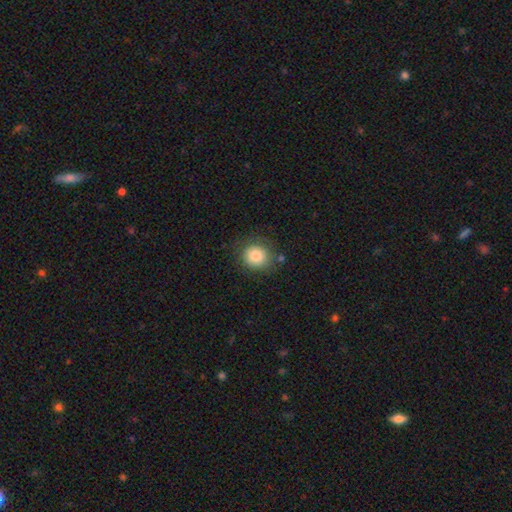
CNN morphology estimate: Smooth or featured?
  - smooth: 83% *
  - star or artifact: 9%
  - featured or disk: 8%
How rounded?
  - round: 85% *
  - in between: 14%
  - cigar-shaped: 1%
Merging?
  - none: 79% *
  - minor disturbance: 14%
  - major disturbance: 4%
  - merger: 3%